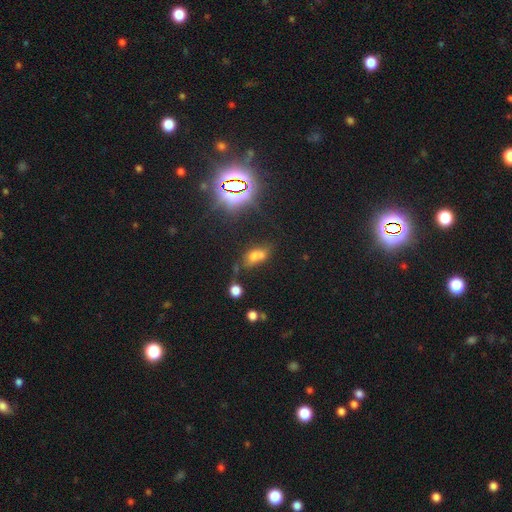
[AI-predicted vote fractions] Morphology: type=smooth (57%); roundness=in between (75%); merging=merger (39%).